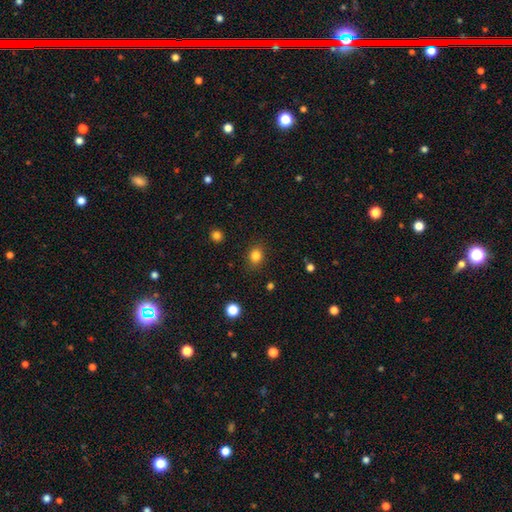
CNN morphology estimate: type=smooth (84%); roundness=round (61%); merging=none (86%).